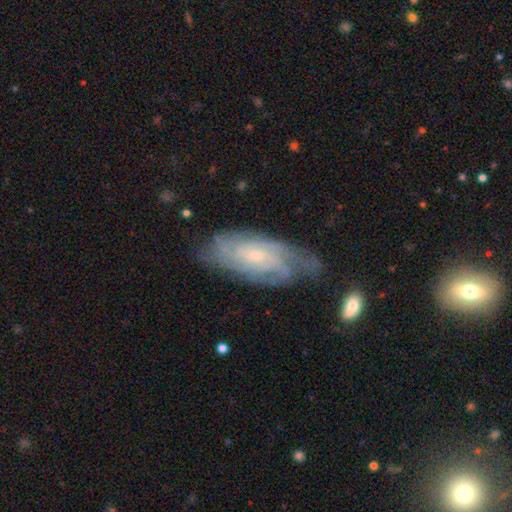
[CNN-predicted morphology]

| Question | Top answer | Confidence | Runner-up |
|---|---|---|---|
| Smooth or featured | featured or disk | 79% | smooth (15%) |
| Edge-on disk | no | 91% | yes (9%) |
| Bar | no | 60% | weak (34%) |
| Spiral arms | yes | 94% | no (6%) |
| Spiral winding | tight | 63% | medium (30%) |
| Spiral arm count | can't tell | 46% | 2 (16%) |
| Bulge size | small | 60% | moderate (31%) |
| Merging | none | 67% | minor disturbance (23%) |